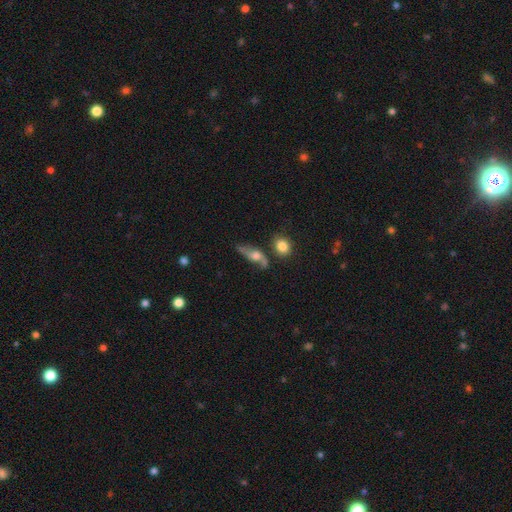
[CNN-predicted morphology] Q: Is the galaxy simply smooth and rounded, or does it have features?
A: featured or disk — 49%.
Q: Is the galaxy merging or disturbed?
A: none — 46%.